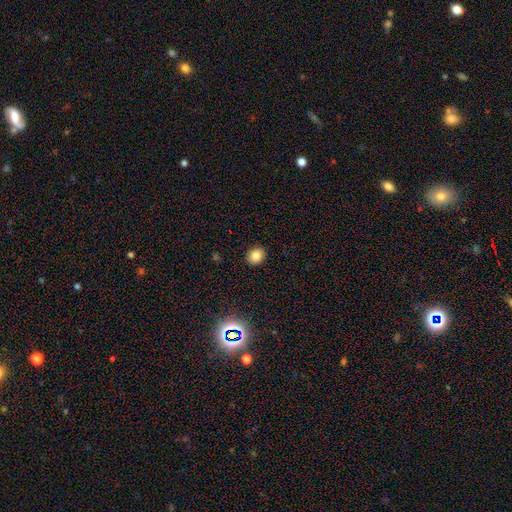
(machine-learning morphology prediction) Smooth or featured? Predicted: smooth (p=0.82). How rounded? Predicted: round (p=0.71). Merging? Predicted: none (p=0.91).